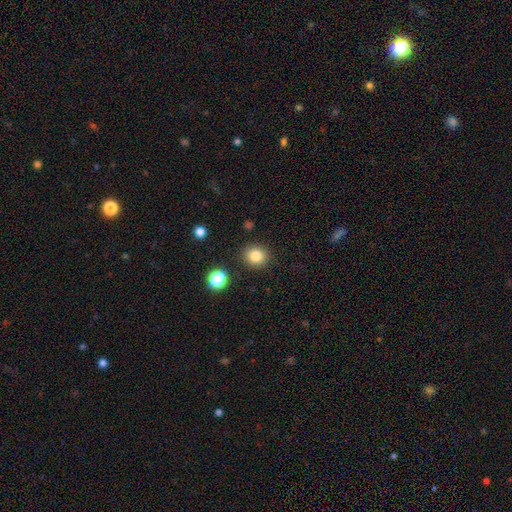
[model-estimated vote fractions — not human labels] This is clearly a smooth galaxy (82%). How rounded: clearly round (83%). Merging: clearly none (89%).